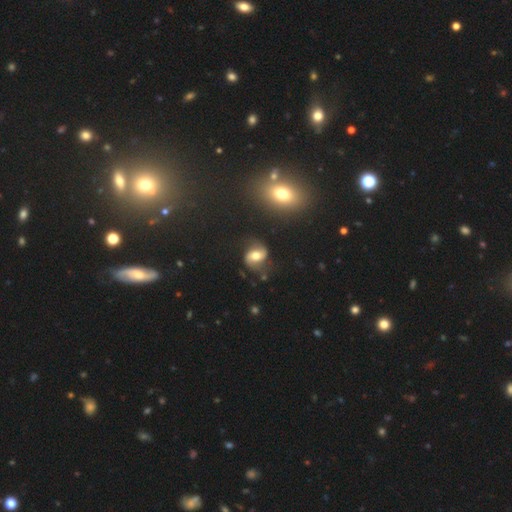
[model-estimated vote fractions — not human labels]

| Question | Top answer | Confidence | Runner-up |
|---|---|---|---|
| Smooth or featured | featured or disk | 64% | smooth (26%) |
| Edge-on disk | no | 97% | yes (3%) |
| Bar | no | 41% | weak (39%) |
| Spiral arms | yes | 89% | no (11%) |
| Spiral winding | loose | 51% | medium (37%) |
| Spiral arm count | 2 | 92% | can't tell (4%) |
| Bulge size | moderate | 65% | large (19%) |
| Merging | none | 72% | minor disturbance (17%) |